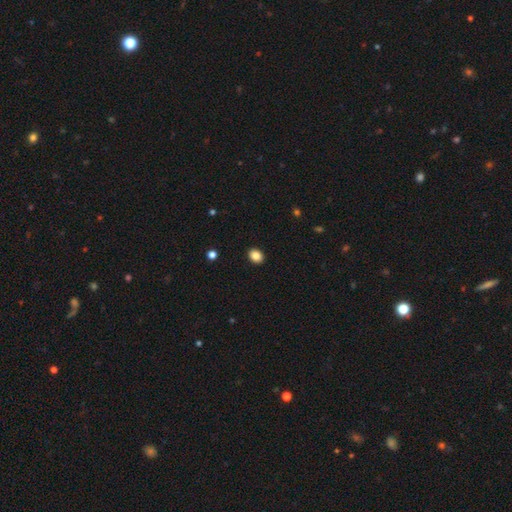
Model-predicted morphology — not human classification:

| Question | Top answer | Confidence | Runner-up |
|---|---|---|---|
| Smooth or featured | smooth | 86% | star or artifact (9%) |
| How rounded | in between | 57% | round (42%) |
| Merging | none | 91% | minor disturbance (6%) |